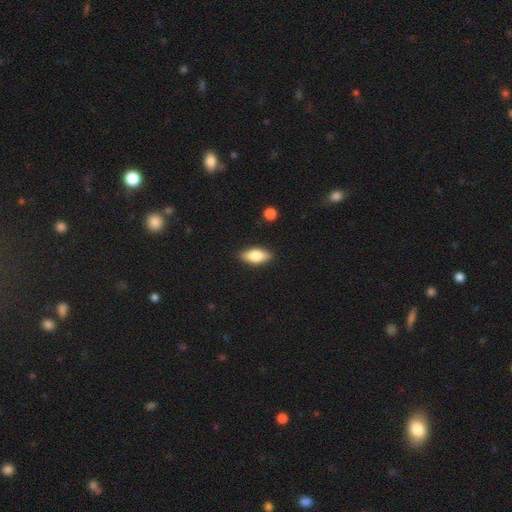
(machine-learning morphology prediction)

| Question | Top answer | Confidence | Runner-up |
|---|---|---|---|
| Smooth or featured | smooth | 73% | featured or disk (20%) |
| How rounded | in between | 84% | cigar-shaped (13%) |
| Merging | none | 88% | minor disturbance (9%) |